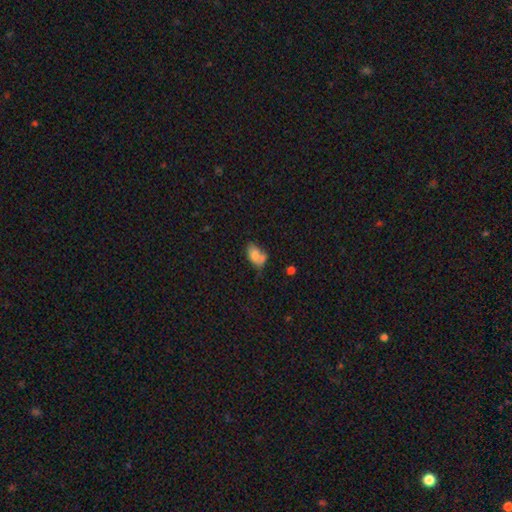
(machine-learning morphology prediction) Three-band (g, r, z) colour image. It shows a smooth galaxy with no disk features (70%) that is in between round and cigar-shaped (87%). Merging: none (34%).